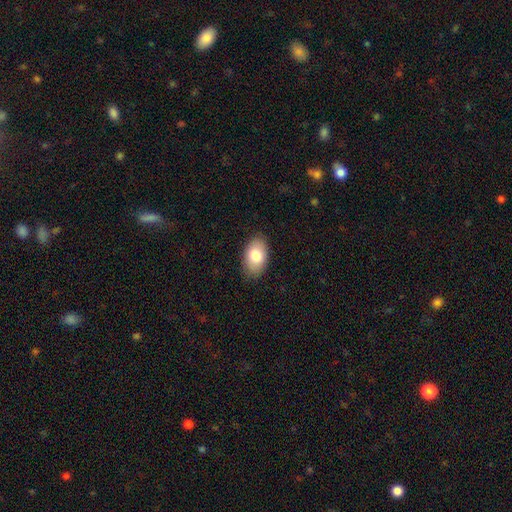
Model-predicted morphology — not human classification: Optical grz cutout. It shows a smooth galaxy with no disk features (80%) that is in between round and cigar-shaped (91%). Merging: none (85%).